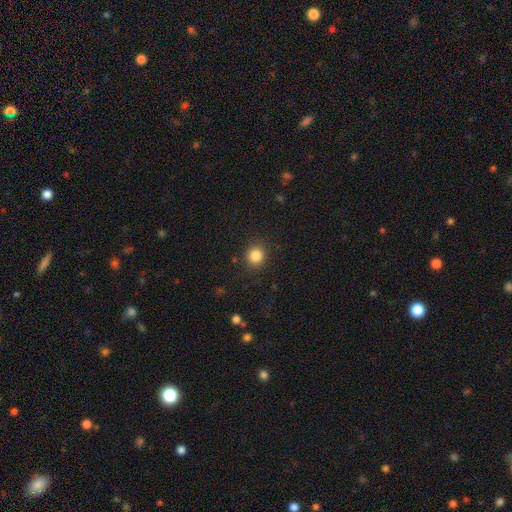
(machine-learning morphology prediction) The model was most divided on "smooth or featured": smooth: 85%, star or artifact: 11%, featured or disk: 4%. More confident: merging — none (90%); how rounded — round (89%).